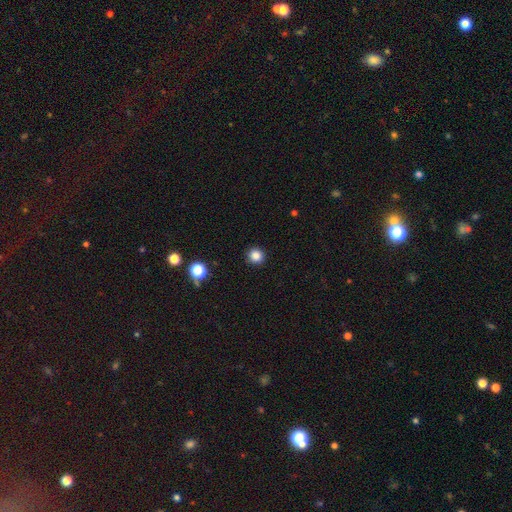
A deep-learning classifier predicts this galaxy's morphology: Smooth or featured? Predicted: smooth (p=0.85). How rounded? Predicted: round (p=0.92). Merging? Predicted: none (p=0.92).